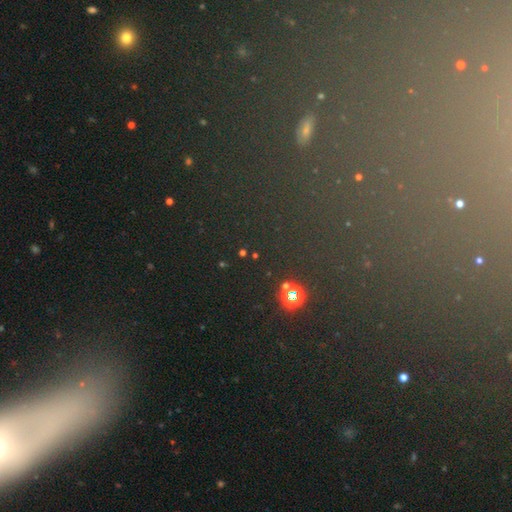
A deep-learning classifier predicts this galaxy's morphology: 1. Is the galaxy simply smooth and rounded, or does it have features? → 72% star or artifact, 20% smooth, 8% featured or disk.